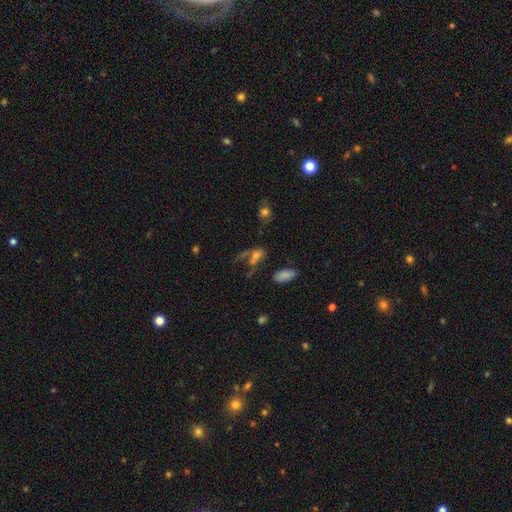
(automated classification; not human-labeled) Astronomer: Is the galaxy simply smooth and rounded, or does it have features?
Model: smooth — 48% (runner-up: featured or disk, 31%).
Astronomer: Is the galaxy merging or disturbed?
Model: major disturbance — 34% (runner-up: none, 31%).